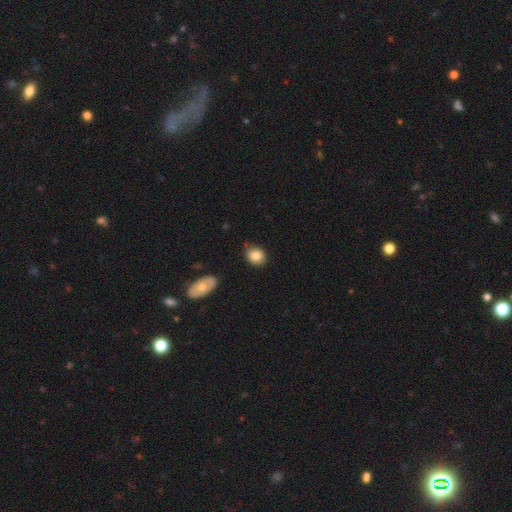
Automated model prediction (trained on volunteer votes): Morphology: type=smooth (84%); roundness=round (54%); merging=none (77%).